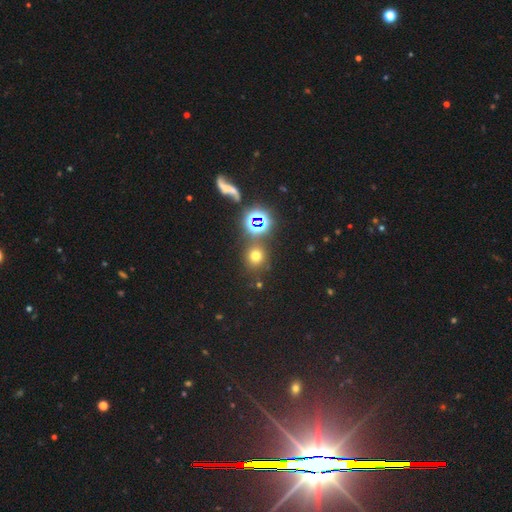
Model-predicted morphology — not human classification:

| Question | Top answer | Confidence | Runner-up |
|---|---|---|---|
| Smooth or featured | smooth | 61% | star or artifact (30%) |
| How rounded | round | 86% | in between (13%) |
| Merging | none | 76% | merger (10%) |